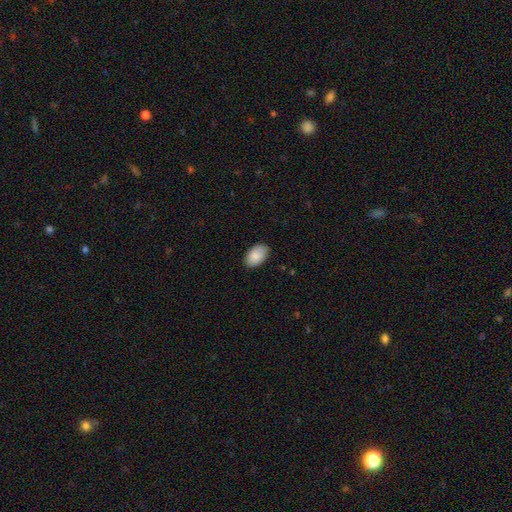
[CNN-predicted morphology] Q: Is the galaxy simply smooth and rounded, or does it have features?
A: smooth — 89%.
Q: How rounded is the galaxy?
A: in between — 93%.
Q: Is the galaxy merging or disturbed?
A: none — 85%.